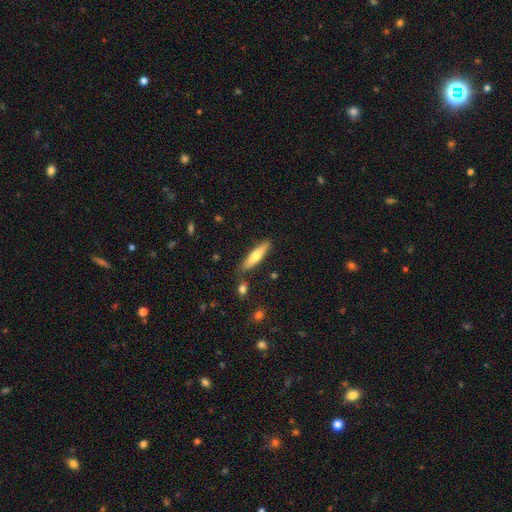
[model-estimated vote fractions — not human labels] Smooth or featured? smooth (61%)
How rounded? cigar-shaped (76%)
Merging? none (83%)